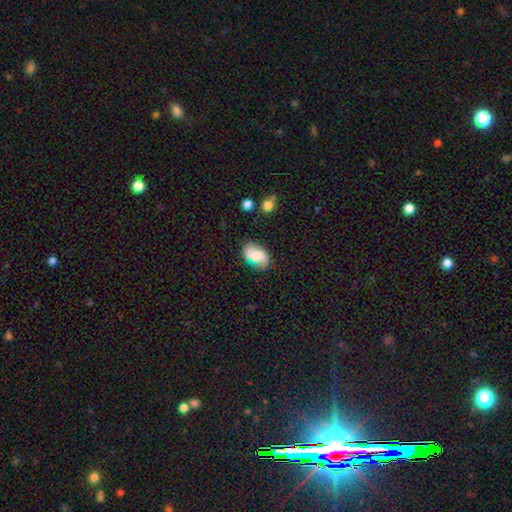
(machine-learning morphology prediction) A smooth galaxy with no disk features (48%). Merging: none (66%).